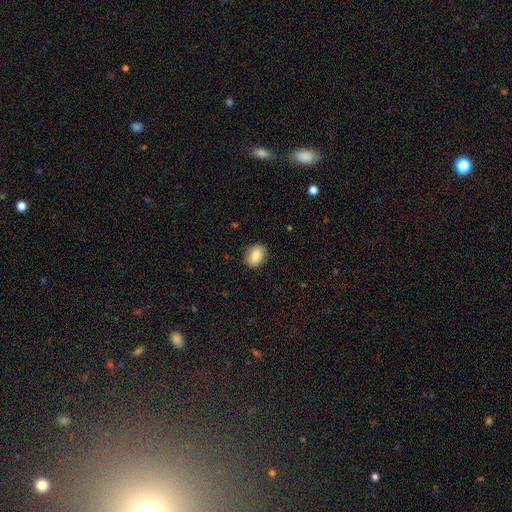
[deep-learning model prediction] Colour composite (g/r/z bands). It shows a smooth galaxy with no disk features (84%) that is in between round and cigar-shaped (64%). Merging: none (88%).